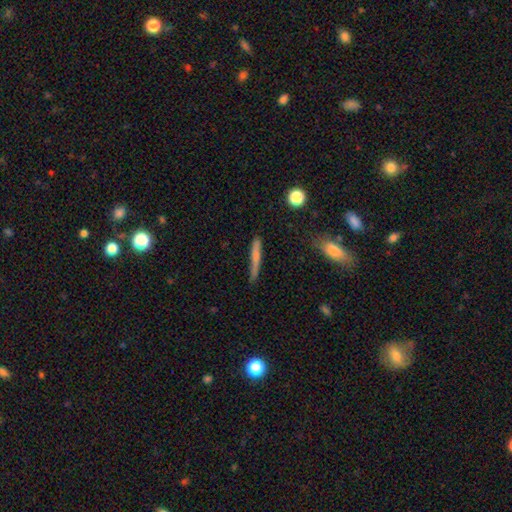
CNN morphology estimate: smooth_or_featured: smooth (p=0.64) [alt: featured or disk p=0.29]
how_rounded: cigar-shaped (p=0.93) [alt: in between p=0.05]
merging: none (p=0.73) [alt: minor disturbance p=0.19]